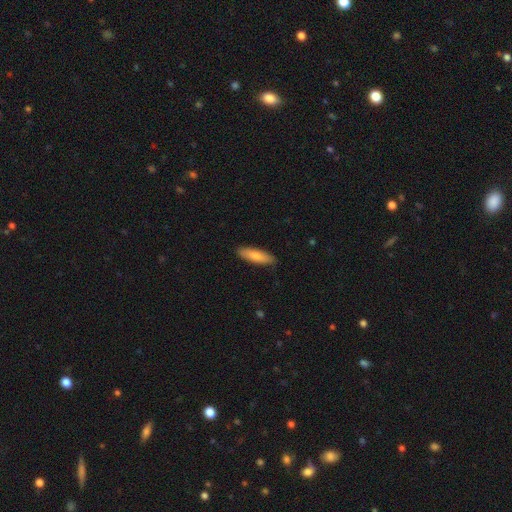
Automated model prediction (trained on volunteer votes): Morphology: type=smooth (81%); roundness=cigar-shaped (57%); merging=none (88%).